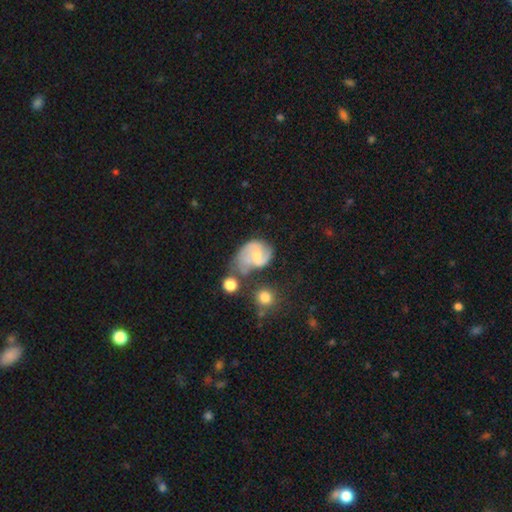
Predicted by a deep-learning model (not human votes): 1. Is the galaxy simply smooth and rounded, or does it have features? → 67% featured or disk, 26% smooth, 7% star or artifact.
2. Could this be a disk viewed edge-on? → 98% no, 2% yes.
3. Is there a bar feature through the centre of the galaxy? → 54% no, 40% weak, 6% strong.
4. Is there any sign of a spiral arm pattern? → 88% yes, 12% no.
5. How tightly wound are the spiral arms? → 48% medium, 31% tight, 21% loose.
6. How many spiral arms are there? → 68% 2, 15% can't tell, 8% 1, 6% 3, 2% 4, 2% more than 4.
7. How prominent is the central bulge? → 46% moderate, 44% small, 6% none, 3% large, 1% dominant.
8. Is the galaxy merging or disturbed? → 32% none, 26% minor disturbance, 22% major disturbance, 19% merger.